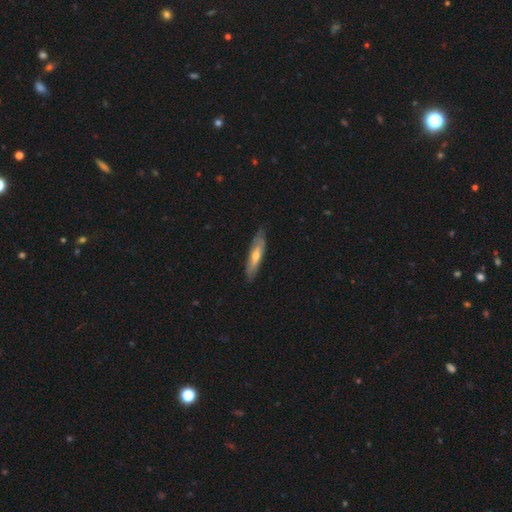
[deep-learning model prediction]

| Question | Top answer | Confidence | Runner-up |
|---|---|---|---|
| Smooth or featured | featured or disk | 49% | smooth (45%) |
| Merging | none | 79% | minor disturbance (17%) |